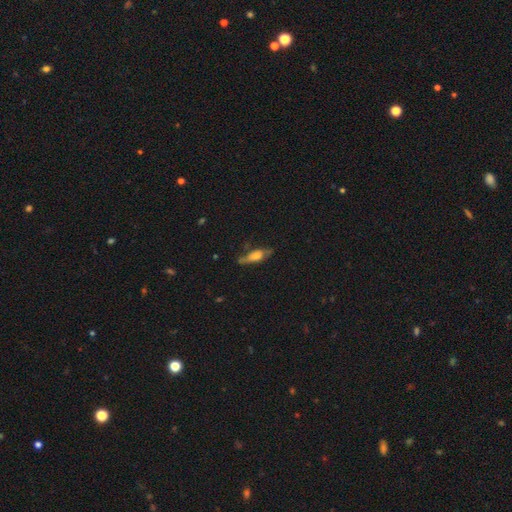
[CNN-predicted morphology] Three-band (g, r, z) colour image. It shows a smooth galaxy with no disk features (50%). Merging: none (64%).